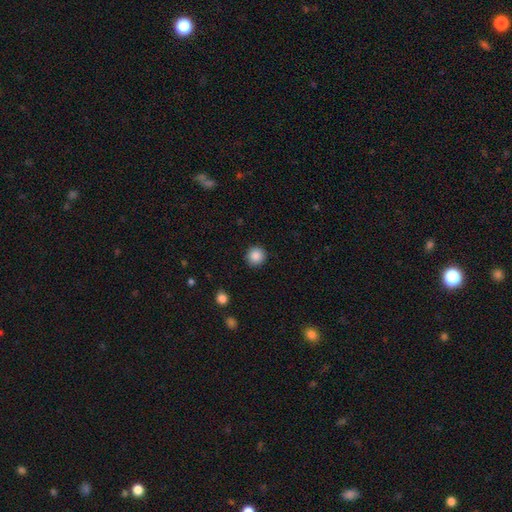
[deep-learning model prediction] smooth-or-featured: smooth: 88% | star or artifact: 9% | featured or disk: 3%
  how-rounded: round: 93% | in between: 6% | cigar-shaped: 1%
  merging: none: 91% | minor disturbance: 6% | major disturbance: 2% | merger: 1%